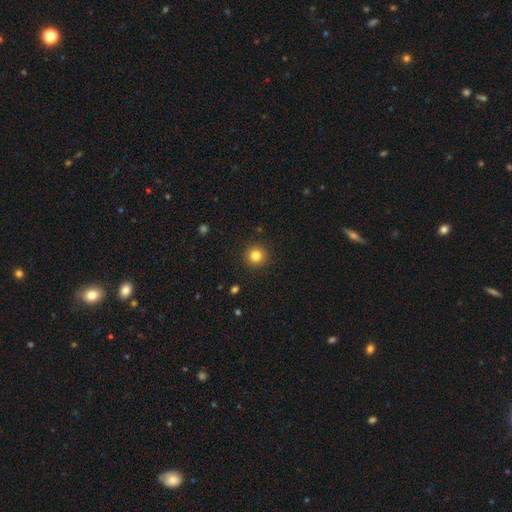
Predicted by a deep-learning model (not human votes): smooth-or-featured: smooth: 82% | star or artifact: 12% | featured or disk: 6%
  how-rounded: round: 95% | in between: 4% | cigar-shaped: 1%
  merging: none: 92% | minor disturbance: 5% | major disturbance: 2% | merger: 1%